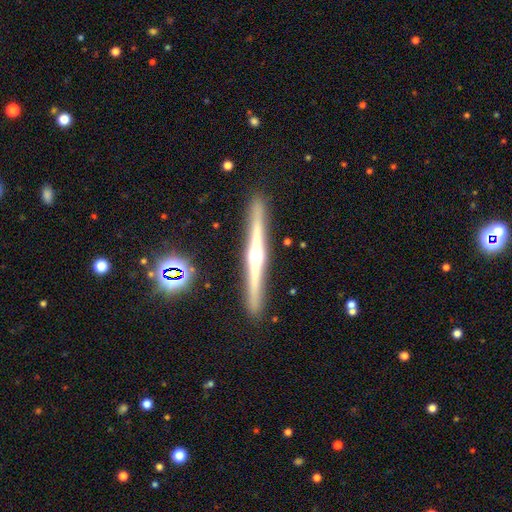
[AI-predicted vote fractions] A featured or disk galaxy (81%) viewed edge-on (98%) with a rounded central bulge (89%).

Vote fractions:
- Smooth or featured? featured or disk: 81% / smooth: 13% / star or artifact: 7%
- Edge-on disk? yes: 98% / no: 2%
- Edge-on bulge? rounded: 89% / none: 6% / boxy: 5%
- Merging? none: 92% / minor disturbance: 6% / merger: 1% / major disturbance: 1%